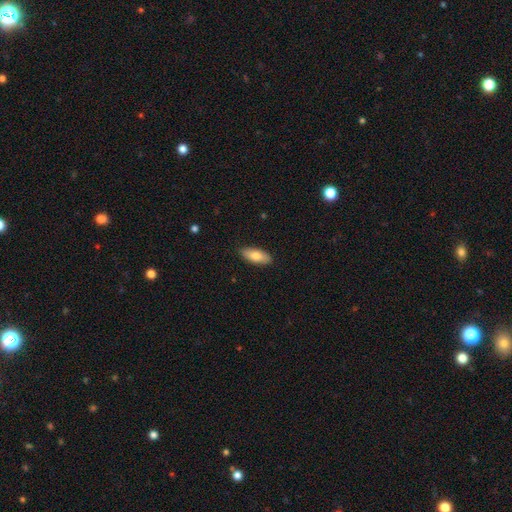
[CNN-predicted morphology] This is likely a smooth galaxy (79%). How rounded: clearly in between (82%). Merging: clearly none (88%).